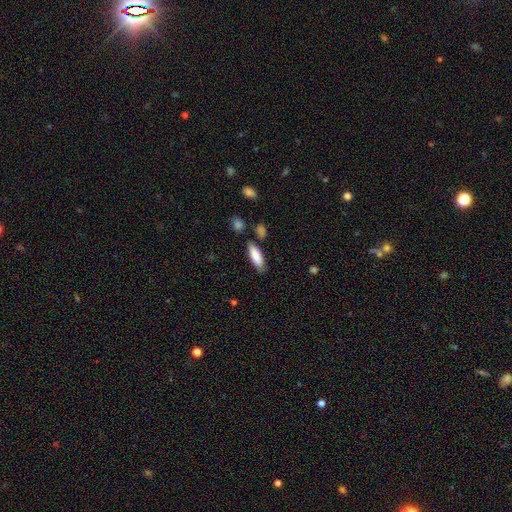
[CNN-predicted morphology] This is clearly a smooth galaxy (83%). How rounded: likely in between (62%). Merging: likely none (78%).